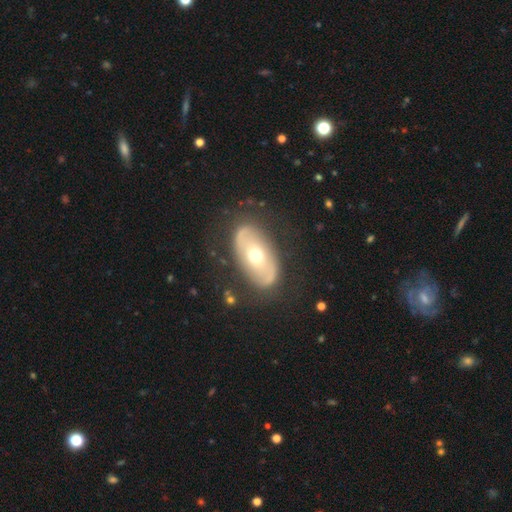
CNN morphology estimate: A featured or disk galaxy (63%) with no bar (69%), no spiral arms (52%) and a moderate central bulge (73%).

Vote fractions:
- Smooth or featured? featured or disk: 63% / smooth: 31% / star or artifact: 6%
- Edge-on disk? no: 92% / yes: 8%
- Bar? no: 69% / weak: 20% / strong: 11%
- Spiral arms? no: 52% / yes: 48%
- Bulge size? moderate: 73% / small: 16% / large: 9% / dominant: 1% / none: 1%
- Merging? none: 80% / minor disturbance: 13% / major disturbance: 6% / merger: 1%